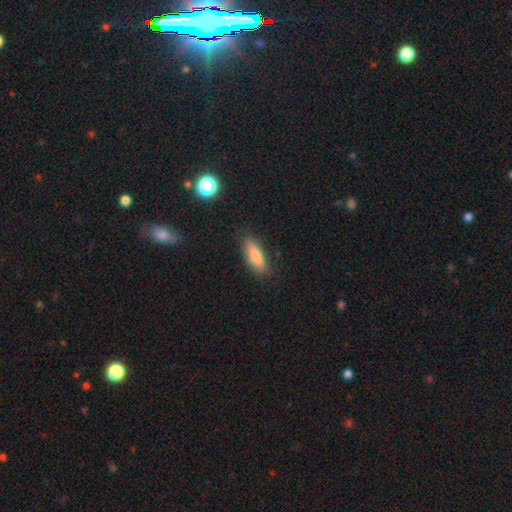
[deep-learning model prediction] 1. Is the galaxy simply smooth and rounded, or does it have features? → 81% smooth, 12% featured or disk, 7% star or artifact.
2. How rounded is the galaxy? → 52% in between, 46% cigar-shaped, 2% round.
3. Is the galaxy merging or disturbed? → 82% none, 13% minor disturbance, 3% major disturbance, 2% merger.